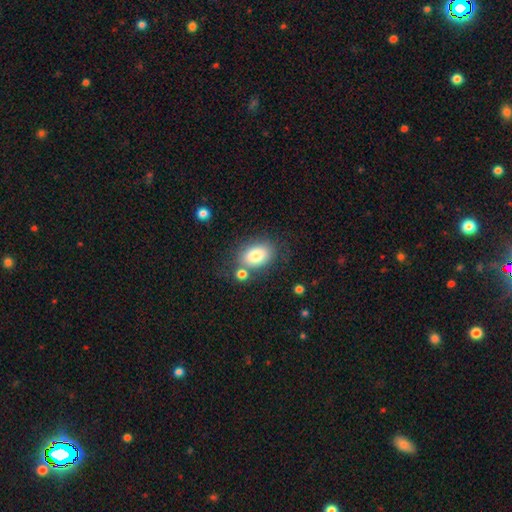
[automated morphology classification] Smooth or featured?
  - smooth: 81% *
  - featured or disk: 10%
  - star or artifact: 8%
How rounded?
  - in between: 81% *
  - round: 18%
  - cigar-shaped: 1%
Merging?
  - none: 67% *
  - minor disturbance: 15%
  - merger: 13%
  - major disturbance: 5%